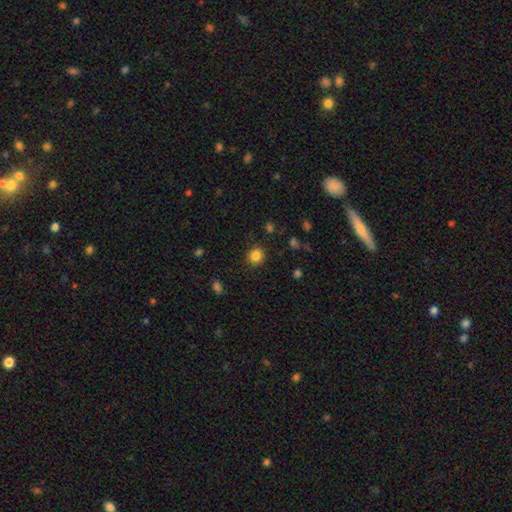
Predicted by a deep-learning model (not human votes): A smooth galaxy with no disk features (84%) that is round (89%). Merging: none (87%).